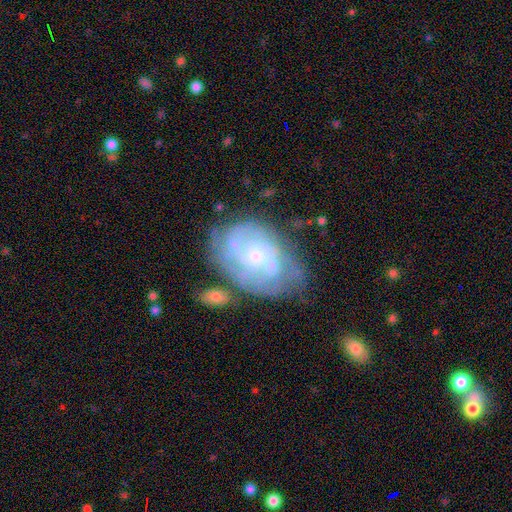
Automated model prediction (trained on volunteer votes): Smooth or featured? Predicted: featured or disk (p=0.78). Edge-on disk? Predicted: no (p=0.97). Bar? Predicted: no (p=0.75). Spiral arms? Predicted: yes (p=0.83). Spiral winding? Predicted: tight (p=0.59). Spiral arm count? Predicted: can't tell (p=0.47). Bulge size? Predicted: small (p=0.74). Merging? Predicted: none (p=0.49).